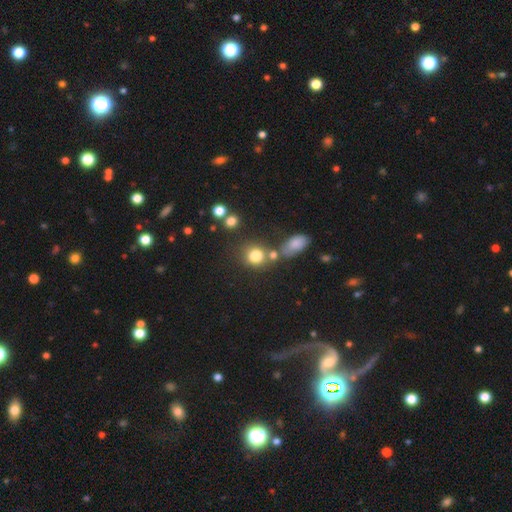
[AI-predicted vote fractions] Smooth or featured: smooth — 79% (star or artifact — 13%)
How rounded: round — 77% (in between — 22%)
Merging: none — 57% (merger — 24%)